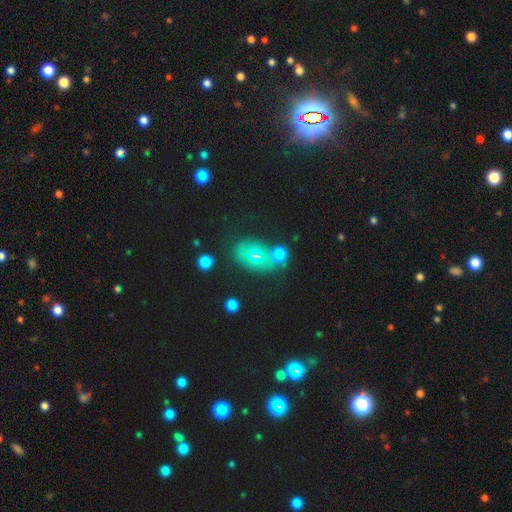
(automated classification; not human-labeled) Smooth or featured? Predicted: smooth (p=0.59). How rounded? Predicted: in between (p=0.65). Merging? Predicted: none (p=0.47).